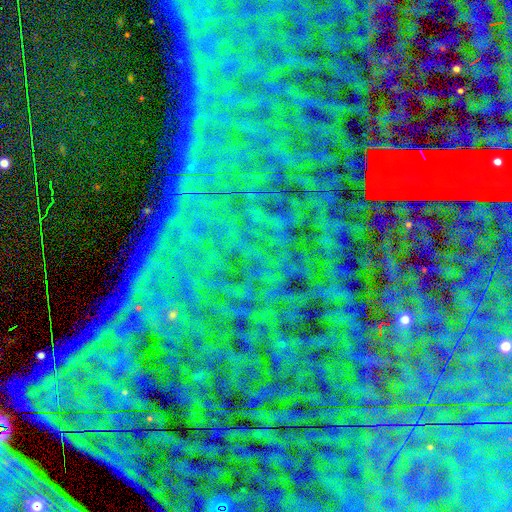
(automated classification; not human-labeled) smooth_or_featured: star or artifact (p=0.86) [alt: featured or disk p=0.07]